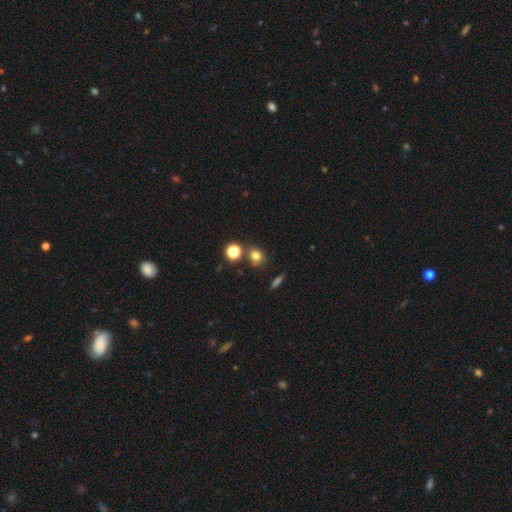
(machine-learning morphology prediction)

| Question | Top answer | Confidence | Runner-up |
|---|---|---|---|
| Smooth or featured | smooth | 77% | star or artifact (16%) |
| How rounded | round | 73% | in between (25%) |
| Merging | none | 72% | merger (13%) |